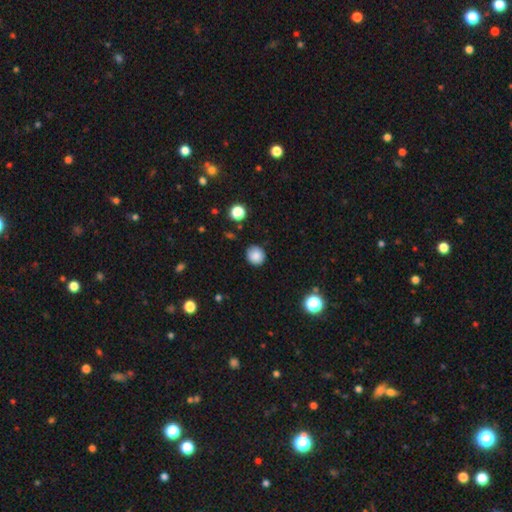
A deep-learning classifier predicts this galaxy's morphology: Smooth or featured: smooth — 86% (star or artifact — 10%)
How rounded: round — 85% (in between — 14%)
Merging: none — 86% (minor disturbance — 10%)